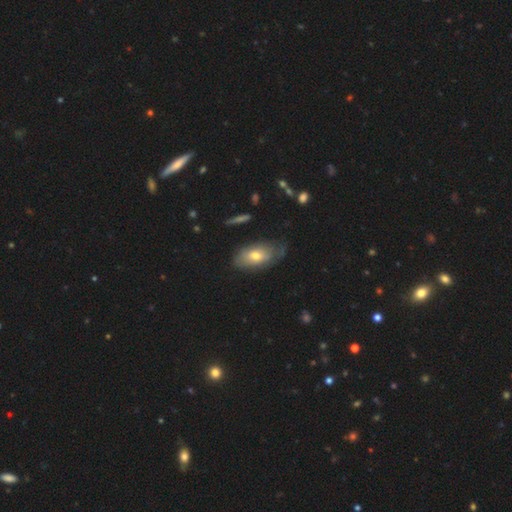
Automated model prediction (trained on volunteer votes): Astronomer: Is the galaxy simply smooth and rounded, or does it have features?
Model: smooth — 61%.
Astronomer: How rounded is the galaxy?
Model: in between — 91%.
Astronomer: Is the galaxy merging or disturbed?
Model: none — 57%.